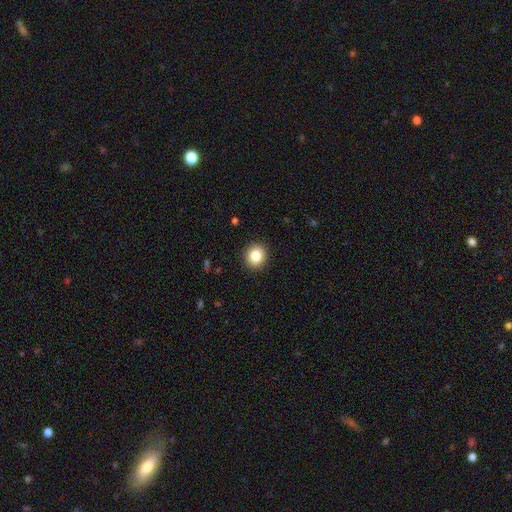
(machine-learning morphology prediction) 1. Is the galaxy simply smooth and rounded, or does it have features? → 85% smooth, 10% star or artifact, 6% featured or disk.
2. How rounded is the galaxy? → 82% round, 17% in between, 1% cigar-shaped.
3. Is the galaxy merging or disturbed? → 91% none, 6% minor disturbance, 2% major disturbance, 1% merger.